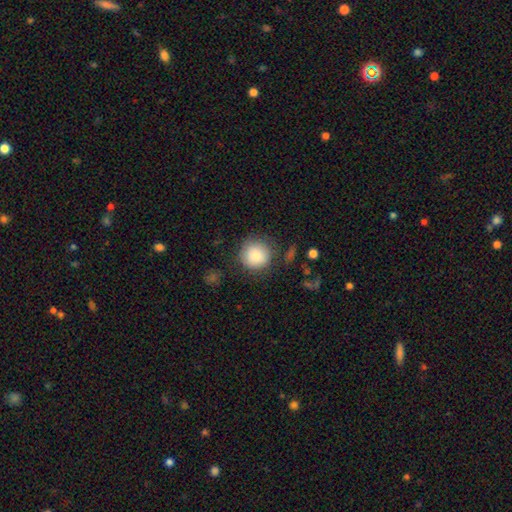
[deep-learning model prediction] Smooth or featured? smooth (83%)
How rounded? round (93%)
Merging? none (79%)